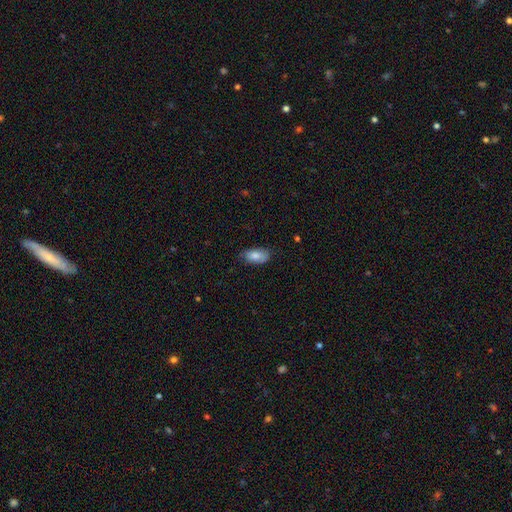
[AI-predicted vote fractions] smooth-or-featured: smooth: 81% | featured or disk: 13% | star or artifact: 7%
  how-rounded: in between: 93% | cigar-shaped: 4% | round: 3%
  merging: none: 76% | minor disturbance: 20% | major disturbance: 3% | merger: 1%